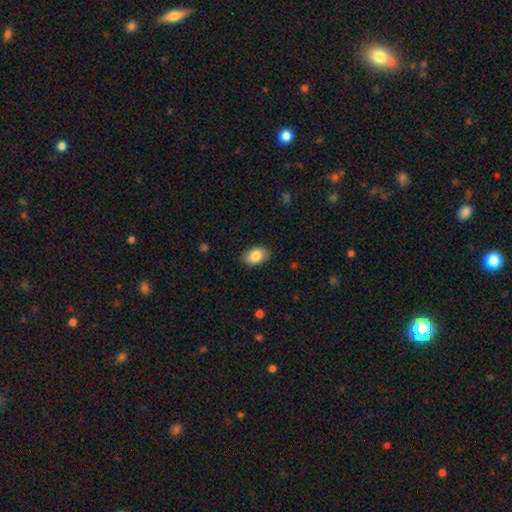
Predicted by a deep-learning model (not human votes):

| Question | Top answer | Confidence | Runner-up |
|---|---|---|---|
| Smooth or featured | smooth | 85% | featured or disk (8%) |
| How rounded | in between | 89% | round (9%) |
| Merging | none | 87% | minor disturbance (10%) |